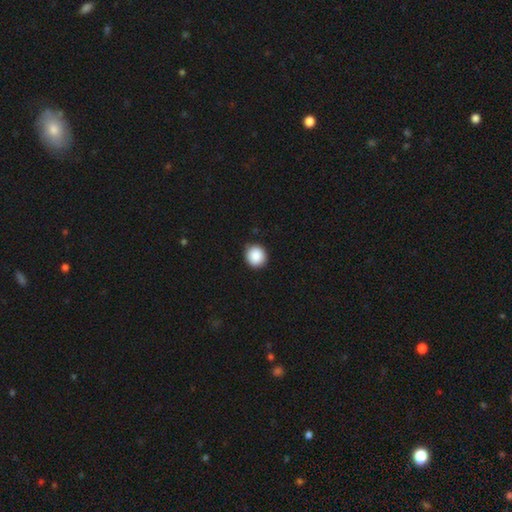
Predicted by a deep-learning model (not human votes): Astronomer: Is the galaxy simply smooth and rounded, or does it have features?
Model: smooth — 89%.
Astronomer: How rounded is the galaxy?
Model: round — 90%.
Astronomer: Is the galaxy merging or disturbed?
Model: none — 87%.